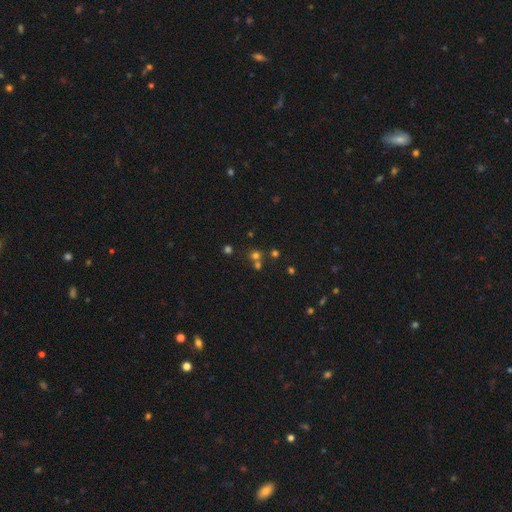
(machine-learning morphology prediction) Smooth or featured? Predicted: smooth (p=0.57). How rounded? Predicted: round (p=0.88). Merging? Predicted: none (p=0.61).